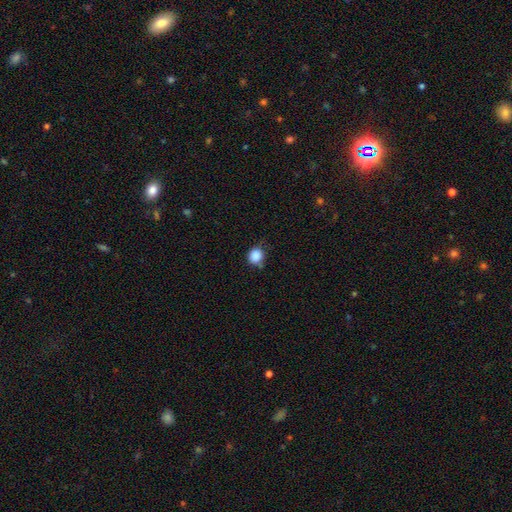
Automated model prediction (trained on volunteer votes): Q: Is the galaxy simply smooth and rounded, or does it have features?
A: smooth — 86%.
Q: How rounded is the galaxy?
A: round — 84%.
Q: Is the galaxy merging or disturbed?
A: none — 65%.